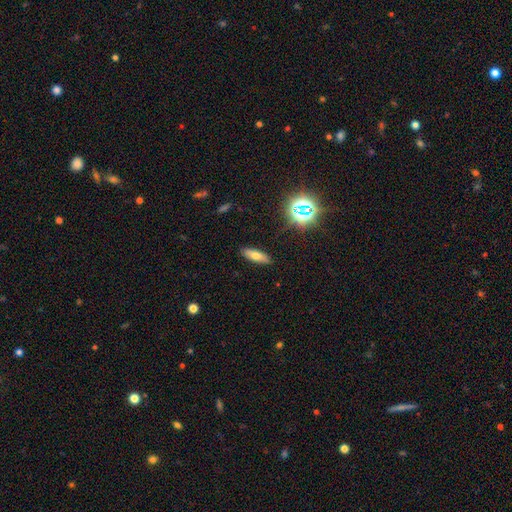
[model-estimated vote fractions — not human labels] Q: Smooth or featured?
A: smooth (65%); runner-up: featured or disk (21%)
Q: How rounded?
A: in between (58%); runner-up: cigar-shaped (39%)
Q: Merging?
A: none (88%); runner-up: minor disturbance (9%)